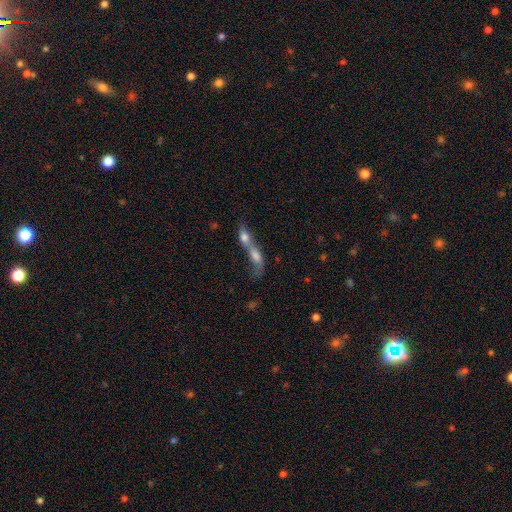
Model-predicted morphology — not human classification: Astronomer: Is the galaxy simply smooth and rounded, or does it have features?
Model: smooth — 58%.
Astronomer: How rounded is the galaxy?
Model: in between — 56%.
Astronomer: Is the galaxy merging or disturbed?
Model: merger — 84%.